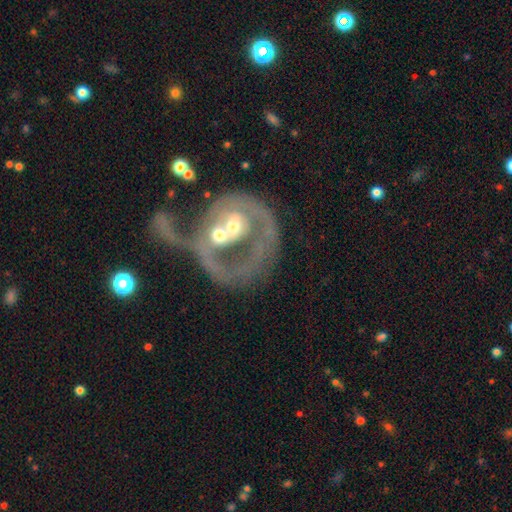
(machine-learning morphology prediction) smooth-or-featured: featured or disk: 76% | smooth: 16% | star or artifact: 9%
  disk-edge-on: no: 96% | yes: 4%
    bar: no: 60% | weak: 25% | strong: 15%
    has-spiral-arms: yes: 50% (tied) | no: 50% (tied)
    bulge-size: moderate: 59% | small: 29% | large: 6% | none: 4% | dominant: 2%
  merging: merger: 34% | major disturbance: 27% | none: 26% | minor disturbance: 13%